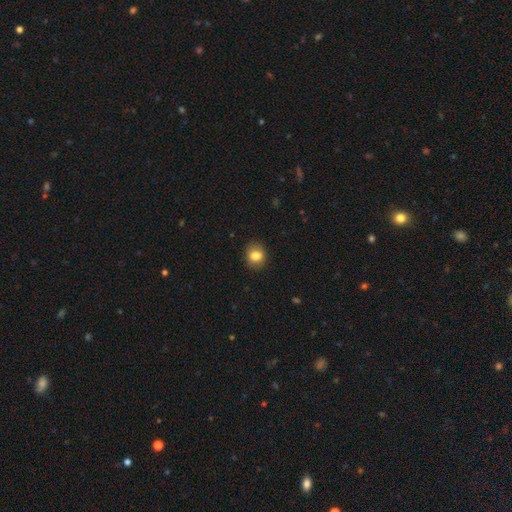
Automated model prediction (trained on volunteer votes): This appears to be a smooth galaxy with no disk features (82%) that is round (64%). Merging: none (86%).